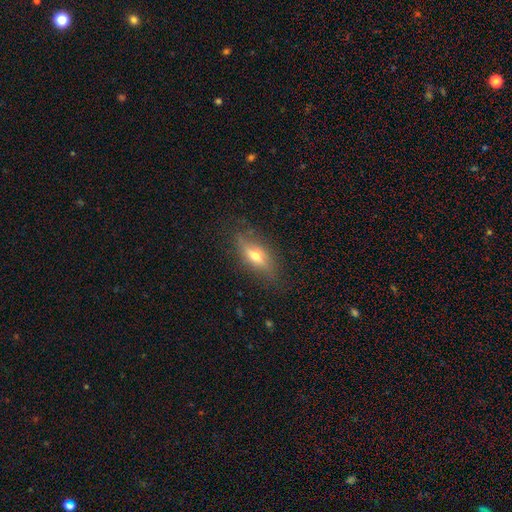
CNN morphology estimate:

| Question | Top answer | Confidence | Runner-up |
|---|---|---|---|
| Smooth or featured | featured or disk | 48% | smooth (43%) |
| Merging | none | 78% | minor disturbance (16%) |